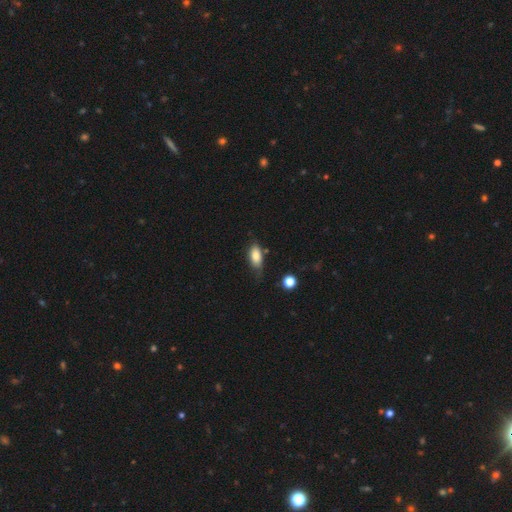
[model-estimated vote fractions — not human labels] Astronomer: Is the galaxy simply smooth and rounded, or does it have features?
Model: smooth — 80%.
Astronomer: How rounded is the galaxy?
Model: in between — 86%.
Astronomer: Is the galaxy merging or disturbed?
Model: none — 57%.